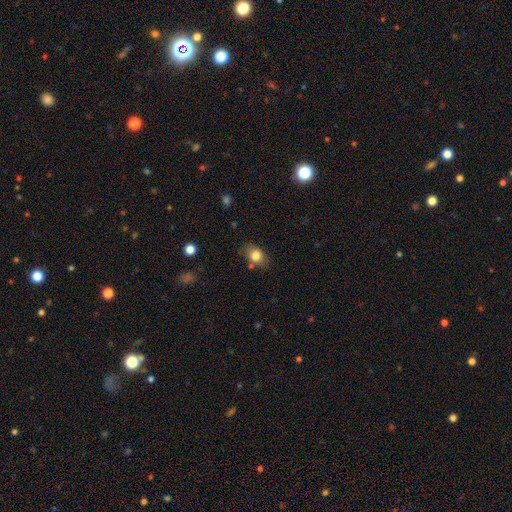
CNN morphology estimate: type=smooth (81%); roundness=in between (69%); merging=none (71%).